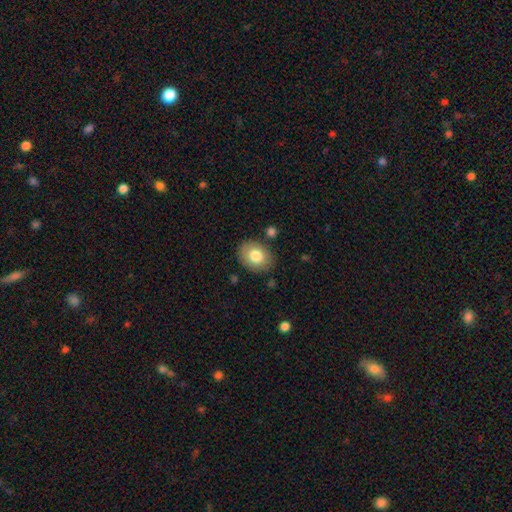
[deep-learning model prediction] A smooth galaxy with no disk features (79%) that is in between round and cigar-shaped (58%). Merging: none (83%).